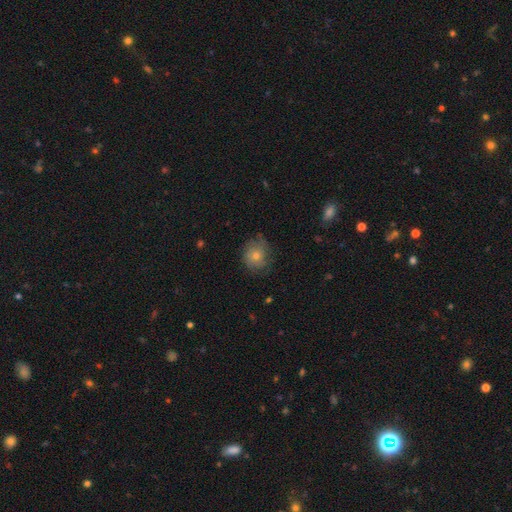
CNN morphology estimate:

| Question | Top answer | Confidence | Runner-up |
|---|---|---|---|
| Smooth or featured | smooth | 53% | featured or disk (33%) |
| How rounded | round | 78% | in between (20%) |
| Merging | none | 70% | minor disturbance (21%) |